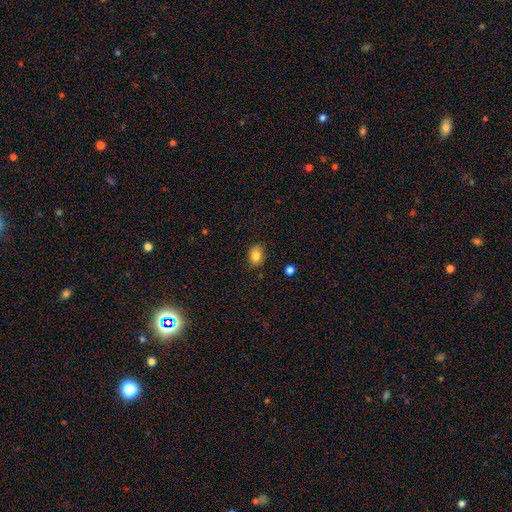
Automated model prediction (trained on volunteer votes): This is clearly a smooth galaxy (83%). How rounded: likely in between (63%). Merging: likely none (79%).